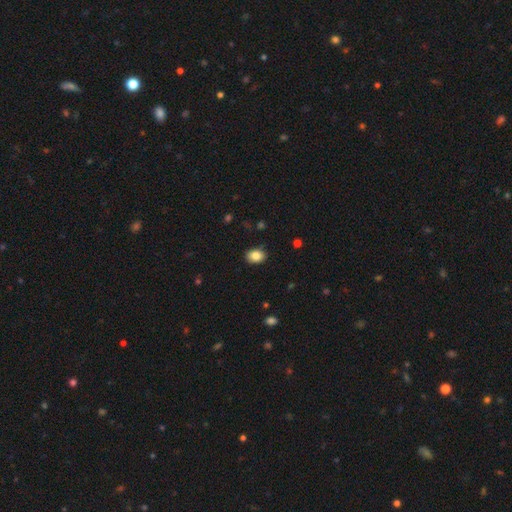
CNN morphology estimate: smooth-or-featured: smooth: 86% | star or artifact: 8% | featured or disk: 5%
  how-rounded: in between: 72% | round: 27% | cigar-shaped: 1%
  merging: none: 87% | minor disturbance: 10% | major disturbance: 2% | merger: 1%